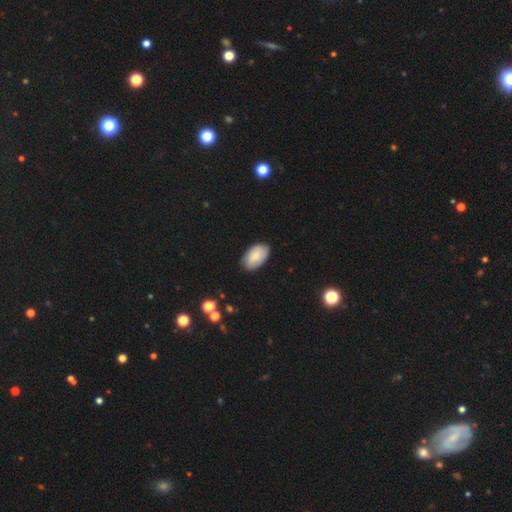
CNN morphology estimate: The model was most divided on "smooth or featured": smooth: 77%, featured or disk: 16%, star or artifact: 7%. More confident: how rounded — in between (94%); merging — none (83%).